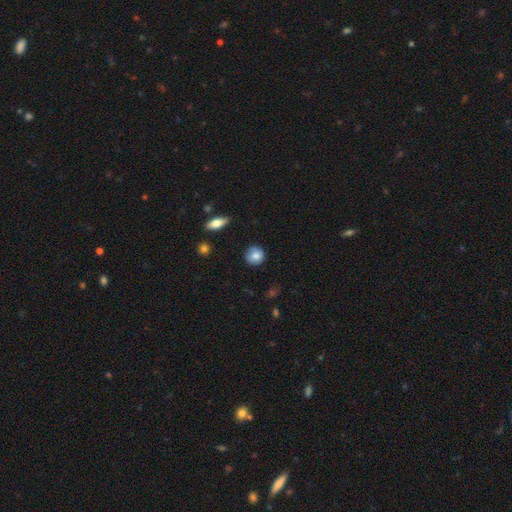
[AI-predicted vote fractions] Q: Smooth or featured?
A: smooth (81%); runner-up: featured or disk (11%)
Q: How rounded?
A: round (89%); runner-up: in between (10%)
Q: Merging?
A: none (82%); runner-up: minor disturbance (14%)